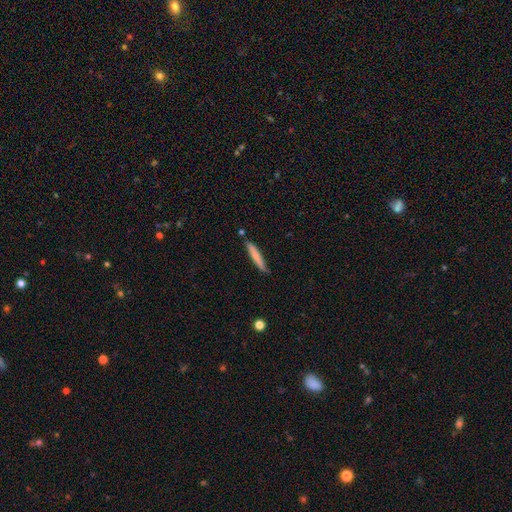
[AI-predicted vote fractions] Morphology: type=smooth (69%); roundness=cigar-shaped (93%); merging=none (80%).